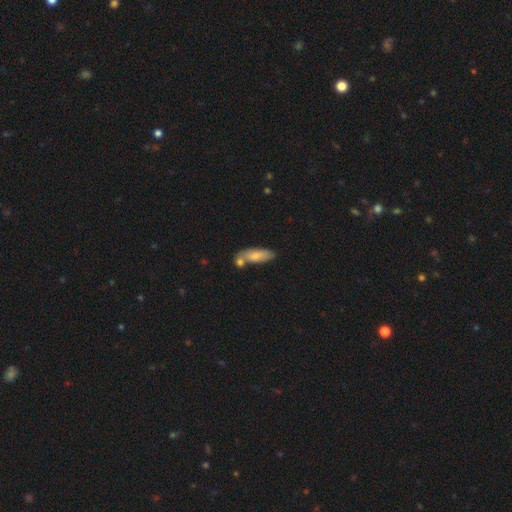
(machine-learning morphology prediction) This appears to be a smooth galaxy with no disk features (78%) that is in between round and cigar-shaped (62%). Merging: none (54%).